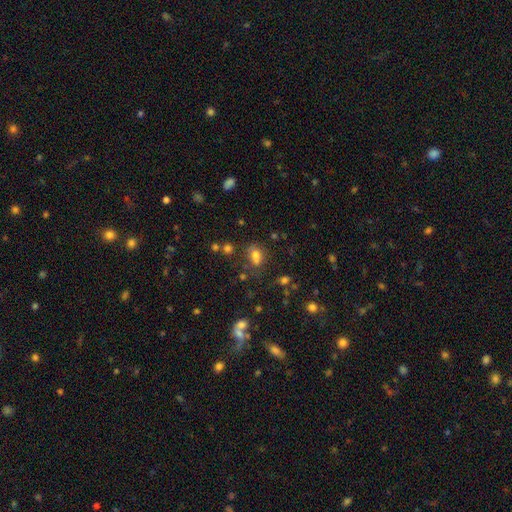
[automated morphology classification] smooth 74%, star or artifact 15%, featured or disk 11%. Down the decision tree: how rounded — in between (73%); merging — none (63%).